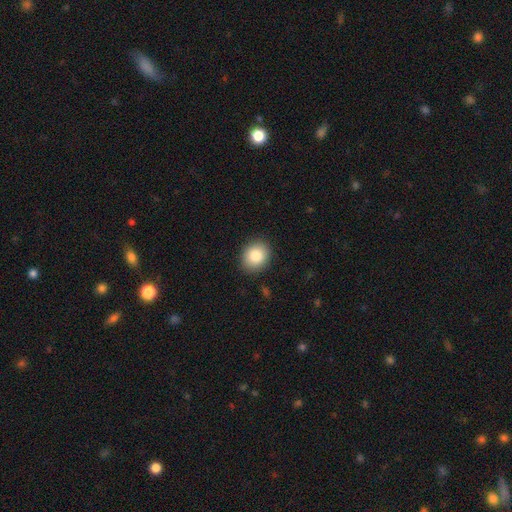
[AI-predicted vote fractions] The model was most divided on "how rounded": round: 65%, in between: 35%, cigar-shaped: 1%. More confident: merging — none (89%); smooth or featured — smooth (85%).